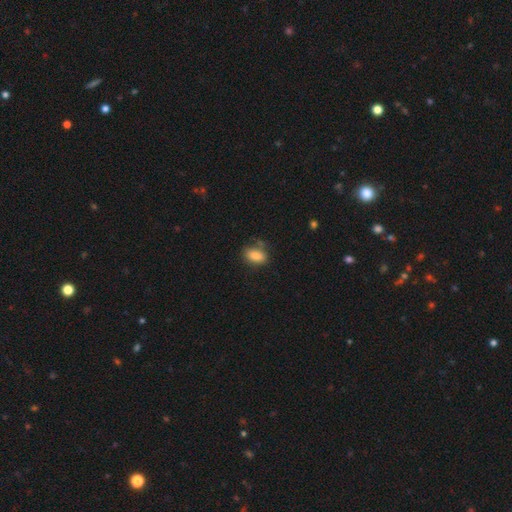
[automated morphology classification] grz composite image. It shows a smooth galaxy with no disk features (85%) that is in between round and cigar-shaped (87%). Merging: none (66%).